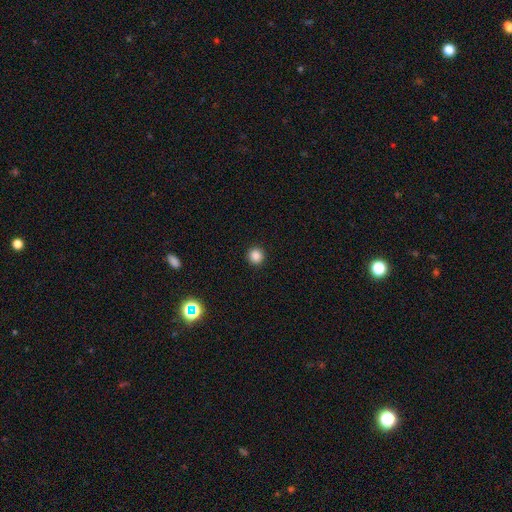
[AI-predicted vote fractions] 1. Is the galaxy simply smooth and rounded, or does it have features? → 87% smooth, 11% star or artifact, 3% featured or disk.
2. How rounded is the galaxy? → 95% round, 4% in between, 1% cigar-shaped.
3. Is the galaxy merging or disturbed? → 93% none, 4% minor disturbance, 2% major disturbance, 1% merger.